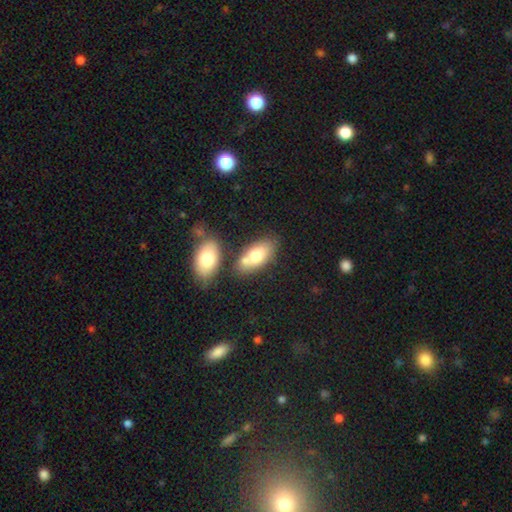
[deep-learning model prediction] The model was most divided on "merging": none: 51%, merger: 32%, minor disturbance: 13%, major disturbance: 4%. More confident: how rounded — in between (89%); smooth or featured — smooth (74%).